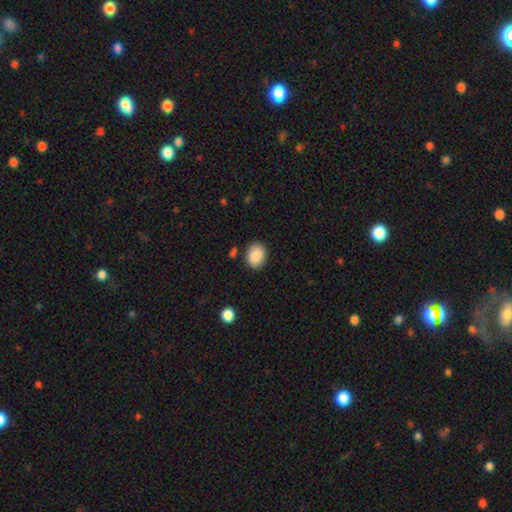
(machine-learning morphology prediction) Smooth or featured?
  - smooth: 87% *
  - star or artifact: 7%
  - featured or disk: 6%
How rounded?
  - in between: 57% *
  - round: 42%
  - cigar-shaped: 1%
Merging?
  - none: 83% *
  - minor disturbance: 12%
  - major disturbance: 3%
  - merger: 3%